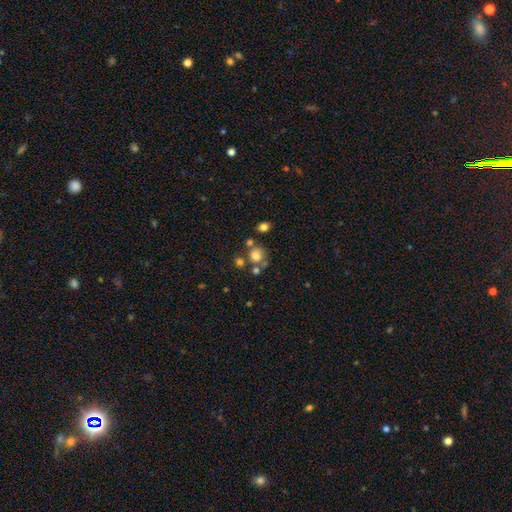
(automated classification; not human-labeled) A smooth galaxy with no disk features (73%) that is round (83%). Merging: none (57%).